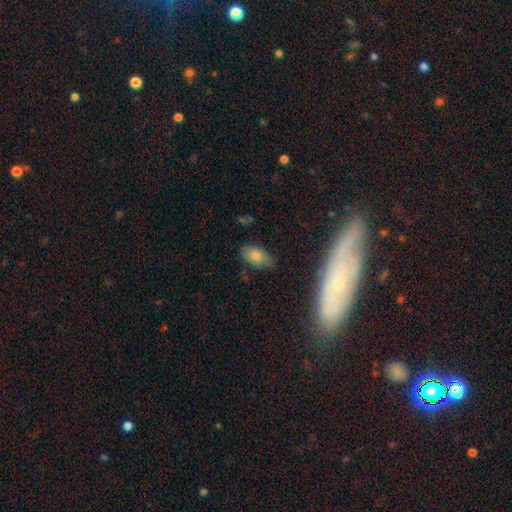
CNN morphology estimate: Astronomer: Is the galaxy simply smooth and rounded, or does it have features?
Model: smooth — 73%.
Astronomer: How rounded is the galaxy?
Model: in between — 89%.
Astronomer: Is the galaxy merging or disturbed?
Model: none — 75%.